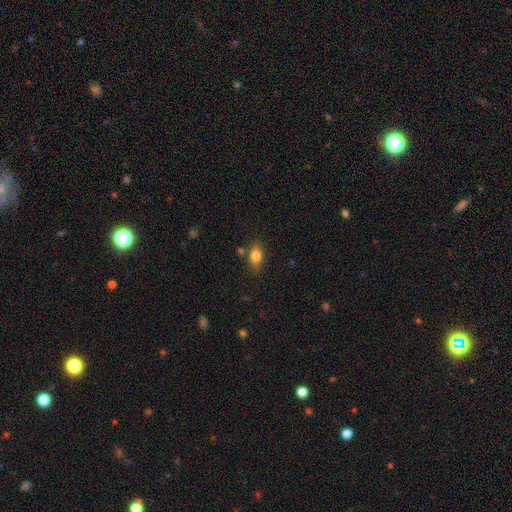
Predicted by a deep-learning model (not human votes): A smooth galaxy with no disk features (80%) that is in between round and cigar-shaped (82%). Merging: none (76%).